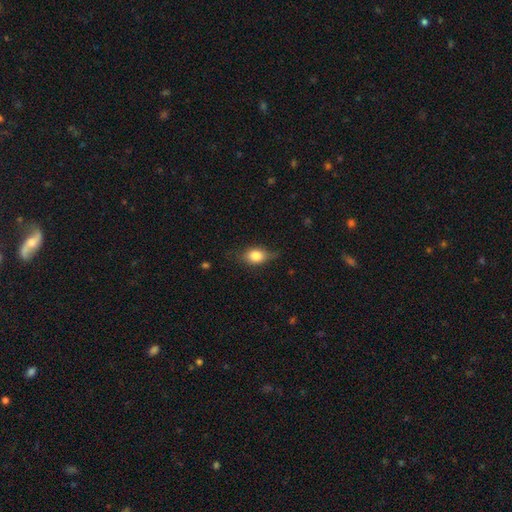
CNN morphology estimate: Q: Smooth or featured?
A: smooth (77%); runner-up: featured or disk (15%)
Q: How rounded?
A: in between (75%); runner-up: round (21%)
Q: Merging?
A: none (61%); runner-up: minor disturbance (29%)